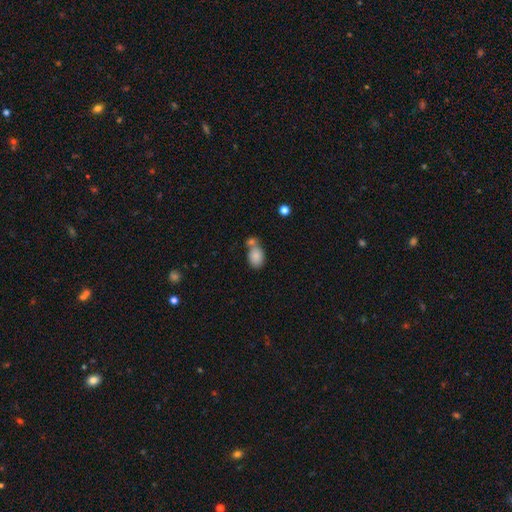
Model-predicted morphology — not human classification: The model was most divided on "merging": none: 42%, merger: 39%, minor disturbance: 14%, major disturbance: 5%. More confident: smooth or featured — smooth (85%); how rounded — in between (82%).